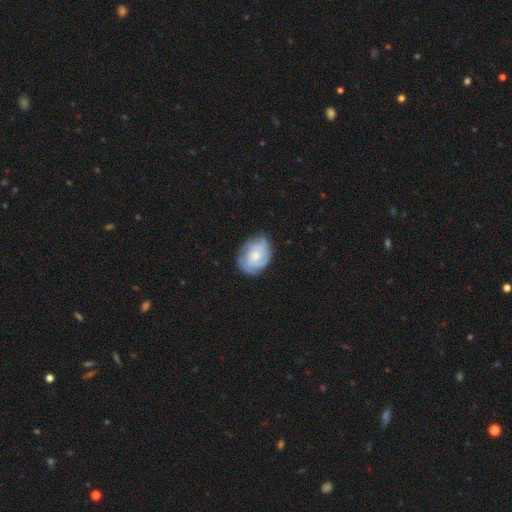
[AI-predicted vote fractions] Smooth or featured? Predicted: featured or disk (p=0.62). Edge-on disk? Predicted: no (p=0.97). Bar? Predicted: no (p=0.76). Spiral arms? Predicted: yes (p=0.90). Spiral winding? Predicted: tight (p=0.59). Spiral arm count? Predicted: can't tell (p=0.40). Bulge size? Predicted: moderate (p=0.45). Merging? Predicted: none (p=0.75).